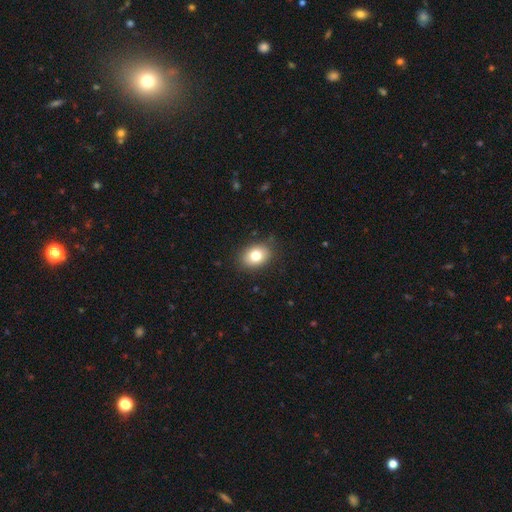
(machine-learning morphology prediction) Smooth or featured: smooth — 80% (featured or disk — 11%)
How rounded: in between — 68% (round — 31%)
Merging: none — 85% (minor disturbance — 11%)